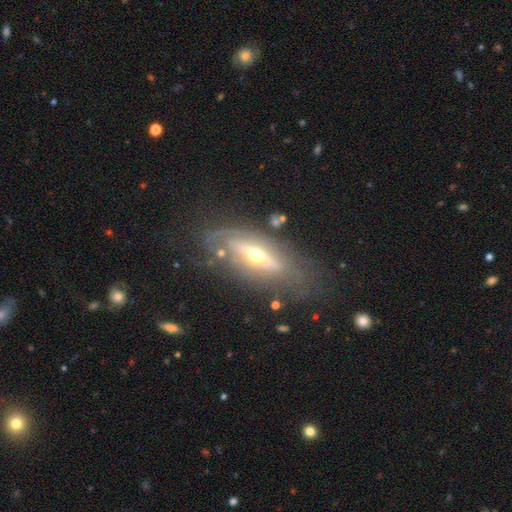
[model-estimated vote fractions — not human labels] featured or disk 74%, smooth 20%, star or artifact 6%. Down the decision tree: edge-on disk — no (64%); merging — none (58%).